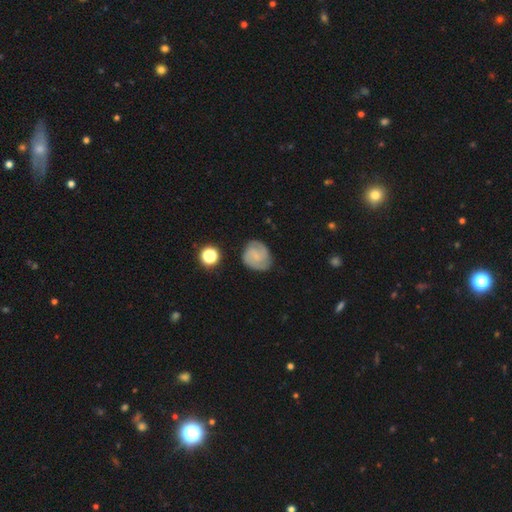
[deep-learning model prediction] smooth_or_featured: featured or disk (p=0.65) [alt: smooth p=0.27]
disk_edge_on: no (p=0.98) [alt: yes p=0.02]
bar: no (p=0.58) [alt: weak p=0.36]
has_spiral_arms: yes (p=0.94) [alt: no p=0.06]
spiral_winding: tight (p=0.46) [alt: medium p=0.43]
spiral_arm_count: 2 (p=0.58) [alt: 3 p=0.18]
bulge_size: small (p=0.49) [alt: none p=0.37]
merging: none (p=0.76) [alt: minor disturbance p=0.16]